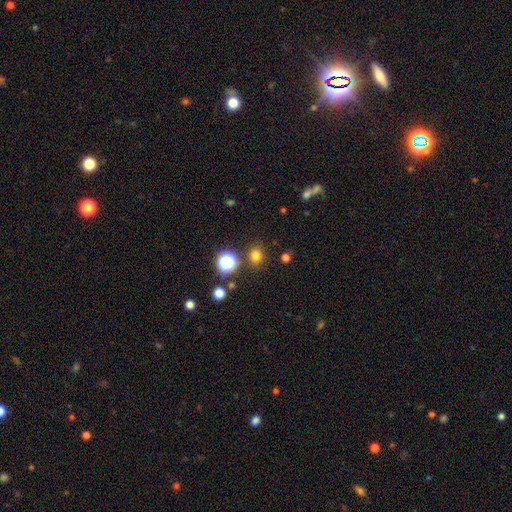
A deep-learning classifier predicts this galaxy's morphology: Smooth or featured? smooth (76%)
How rounded? round (71%)
Merging? none (85%)